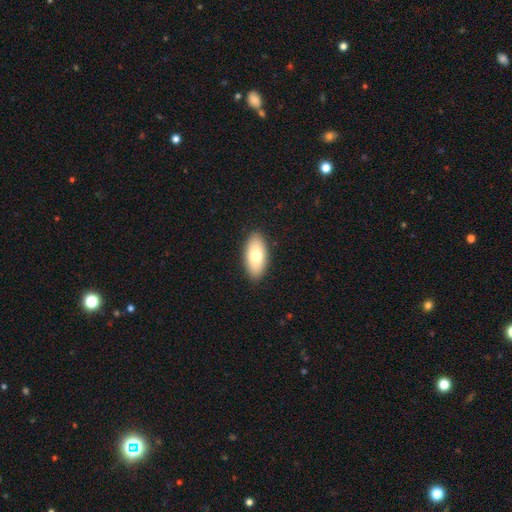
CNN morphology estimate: A smooth galaxy with no disk features (74%) that is in between round and cigar-shaped (91%). Merging: none (89%).